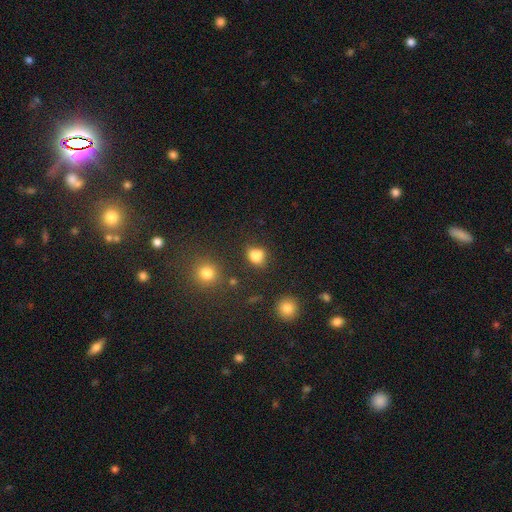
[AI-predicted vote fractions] Q: Smooth or featured?
A: smooth (82%); runner-up: star or artifact (12%)
Q: How rounded?
A: in between (51%); runner-up: round (47%)
Q: Merging?
A: none (63%); runner-up: minor disturbance (21%)